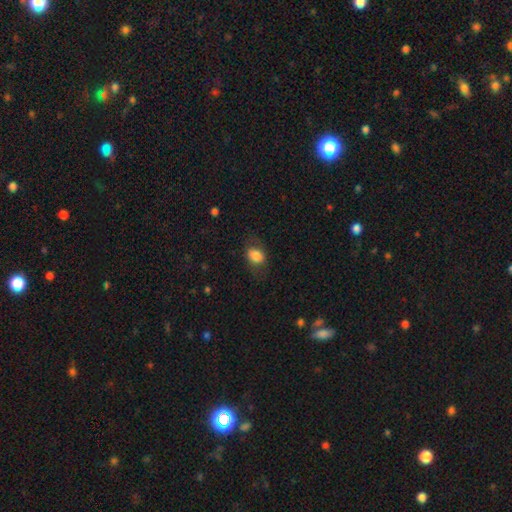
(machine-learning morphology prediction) The model was most divided on "how rounded": in between: 68%, round: 30%, cigar-shaped: 1%. More confident: smooth or featured — smooth (81%); merging — none (70%).